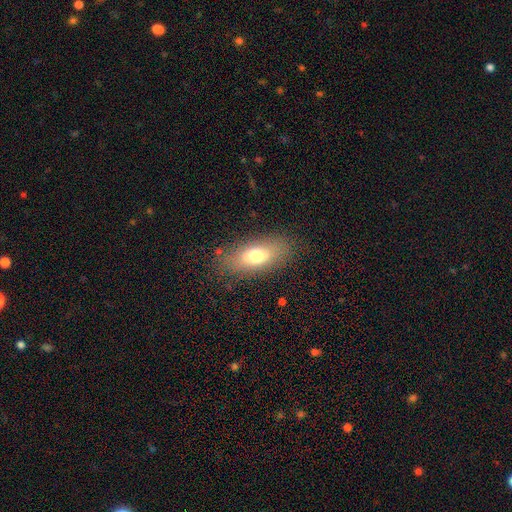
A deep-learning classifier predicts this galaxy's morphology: A smooth galaxy with no disk features (72%) that is in between round and cigar-shaped (80%).

Vote fractions:
- Smooth or featured? smooth: 72% / featured or disk: 19% / star or artifact: 9%
- How rounded? in between: 80% / cigar-shaped: 15% / round: 5%
- Merging? none: 83% / minor disturbance: 11% / major disturbance: 5% / merger: 1%